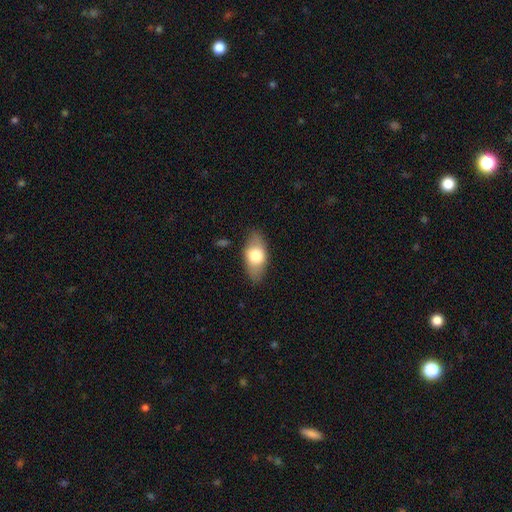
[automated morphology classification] Q: Smooth or featured?
A: smooth (69%); runner-up: featured or disk (25%)
Q: How rounded?
A: in between (88%); runner-up: cigar-shaped (6%)
Q: Merging?
A: none (81%); runner-up: minor disturbance (14%)